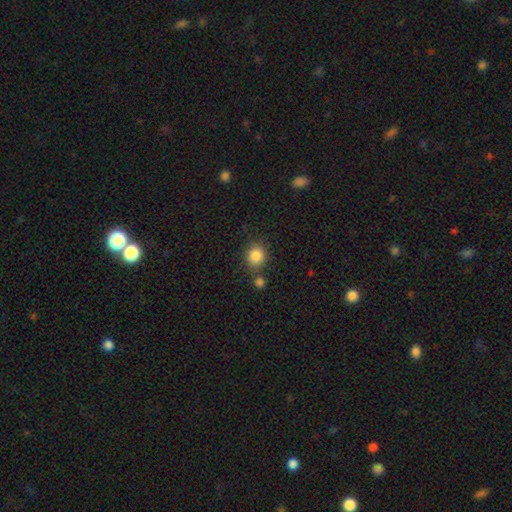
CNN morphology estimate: This appears to be a smooth galaxy with no disk features (86%) that is round (76%). Merging: none (73%).